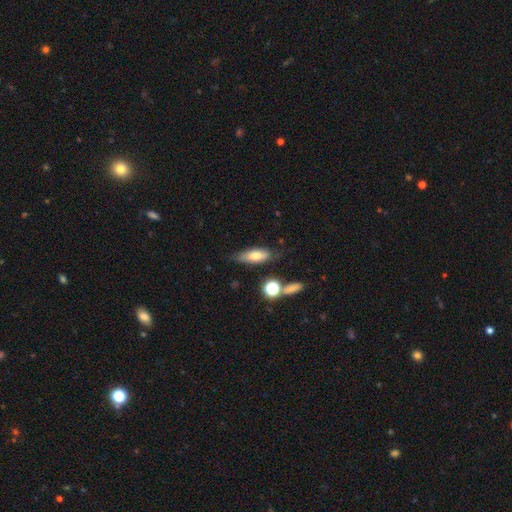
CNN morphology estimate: Smooth or featured? smooth (68%)
How rounded? in between (62%)
Merging? none (67%)